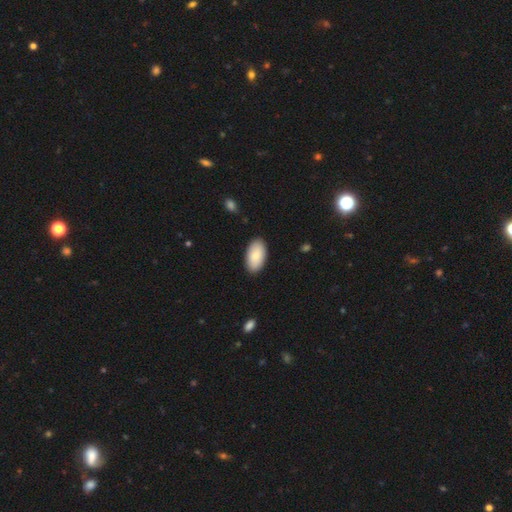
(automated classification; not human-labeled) Q: Smooth or featured?
A: smooth (82%); runner-up: featured or disk (13%)
Q: How rounded?
A: in between (96%); runner-up: round (3%)
Q: Merging?
A: none (88%); runner-up: minor disturbance (9%)